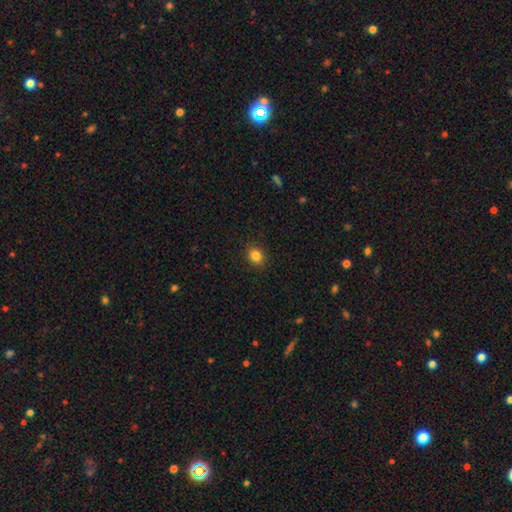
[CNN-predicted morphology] This appears to be a smooth galaxy with no disk features (84%) that is round (67%). Merging: none (90%).